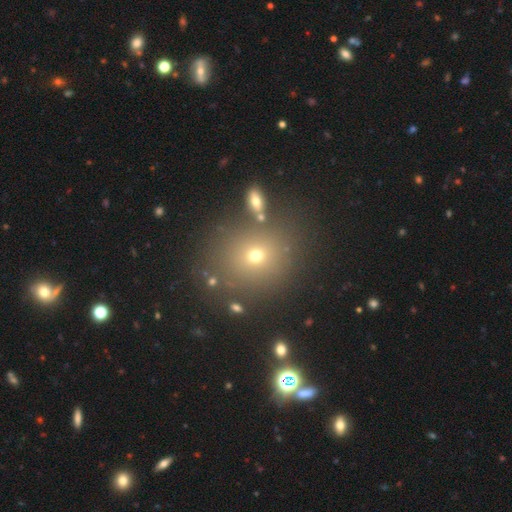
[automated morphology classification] Smooth or featured: smooth — 65% (star or artifact — 22%)
How rounded: round — 78% (in between — 20%)
Merging: none — 78% (minor disturbance — 10%)